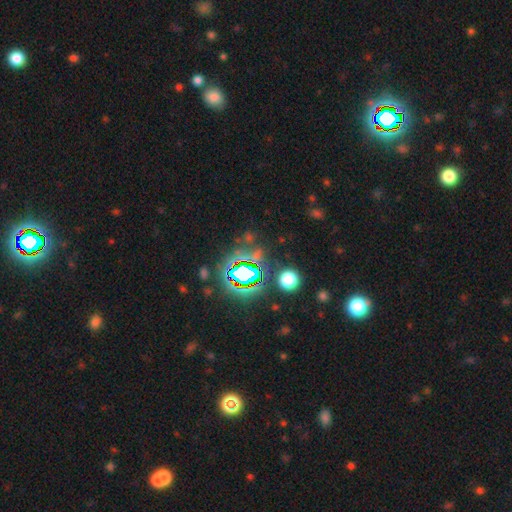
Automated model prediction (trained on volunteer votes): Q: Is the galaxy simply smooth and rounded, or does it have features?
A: star or artifact — 69%.